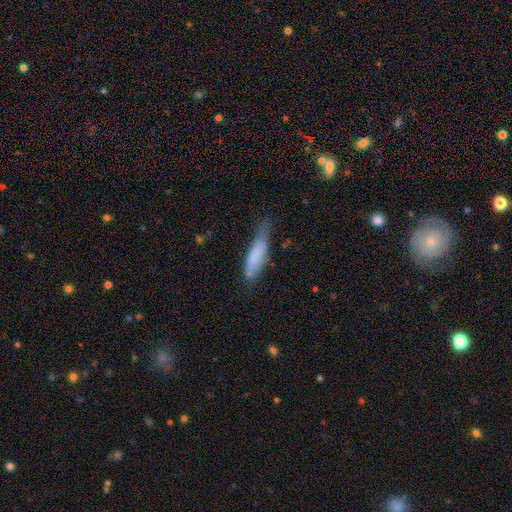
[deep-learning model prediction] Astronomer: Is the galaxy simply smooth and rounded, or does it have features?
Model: smooth — 76%.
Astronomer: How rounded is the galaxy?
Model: cigar-shaped — 72%.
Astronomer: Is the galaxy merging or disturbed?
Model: none — 49% (runner-up: minor disturbance, 36%).